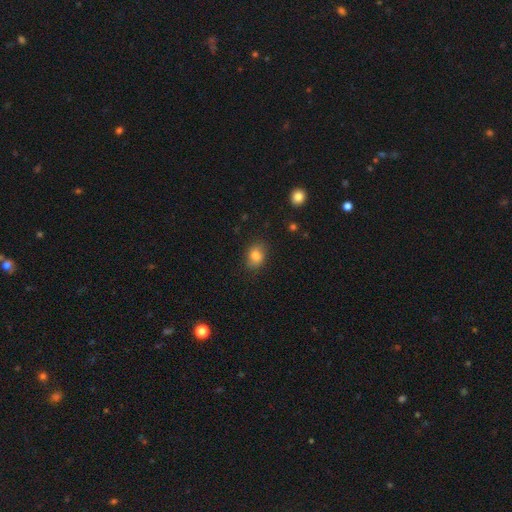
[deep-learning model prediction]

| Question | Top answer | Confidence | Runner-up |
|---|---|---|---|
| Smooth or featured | smooth | 81% | star or artifact (10%) |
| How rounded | in between | 59% | round (40%) |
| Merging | none | 82% | minor disturbance (13%) |